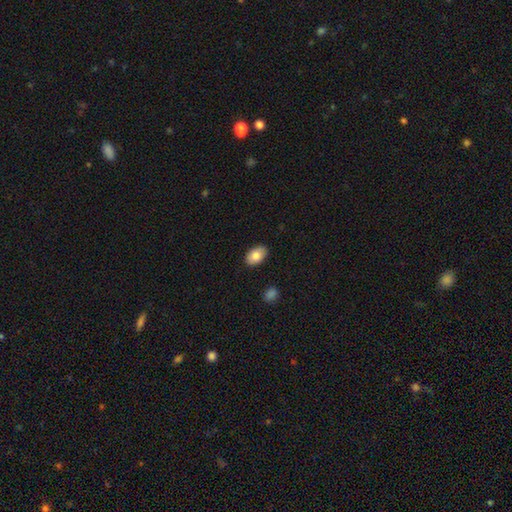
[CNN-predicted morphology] Smooth or featured?
  - smooth: 83% *
  - featured or disk: 10%
  - star or artifact: 7%
How rounded?
  - in between: 91% *
  - round: 8%
  - cigar-shaped: 1%
Merging?
  - none: 88% *
  - minor disturbance: 9%
  - major disturbance: 2%
  - merger: 1%